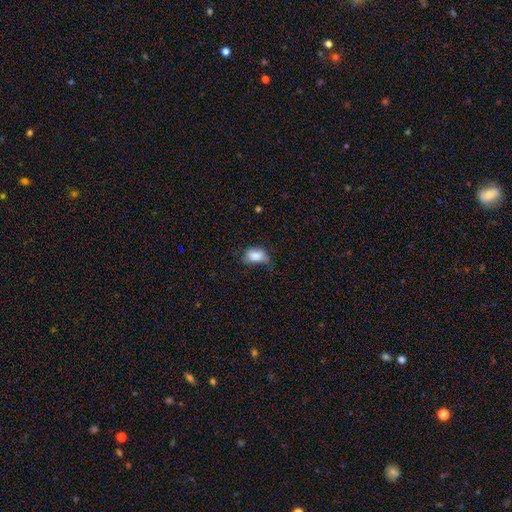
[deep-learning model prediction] Q: Smooth or featured?
A: smooth (84%); runner-up: star or artifact (8%)
Q: How rounded?
A: in between (85%); runner-up: round (13%)
Q: Merging?
A: none (40%); tied with: minor disturbance (40%)